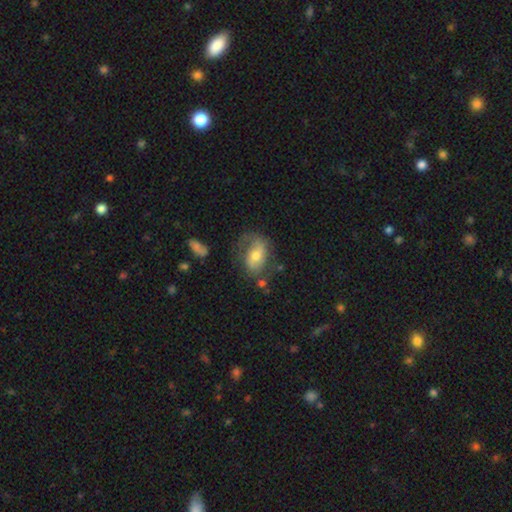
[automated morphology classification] Overall: featured or disk (49%; smooth 43%). Merging: none (47%; minor disturbance 24%).